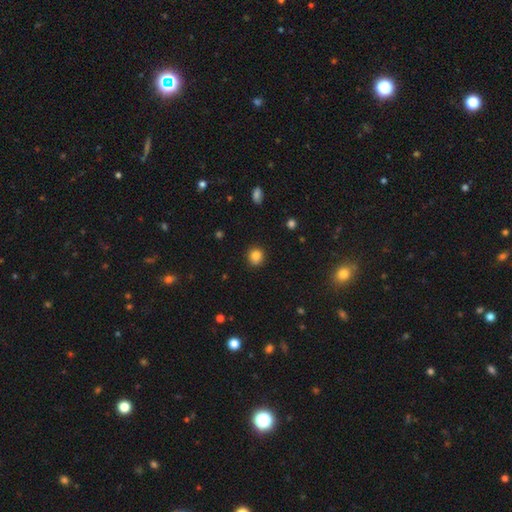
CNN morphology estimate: Overall: smooth (84%). How rounded: round (86%). Merging: none (88%).